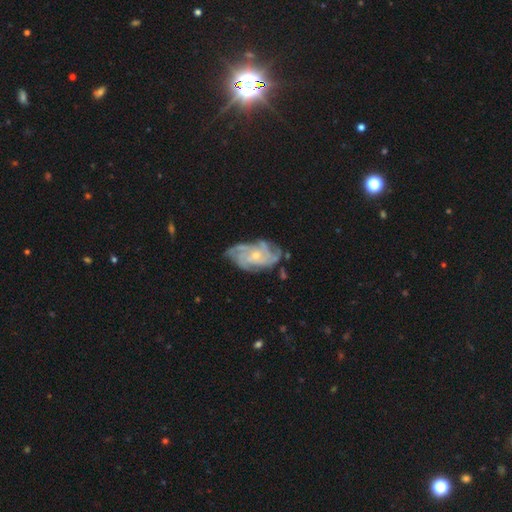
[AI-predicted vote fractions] Overall: featured or disk (85%). Edge-on disk: no (97%). Bar: no (73%). Spiral arms: yes (96%). Spiral arm count: 4 (32%; can't tell 25%). Spiral winding: tight (61%; medium 31%). Bulge size: small (67%; moderate 30%). Merging: none (71%).